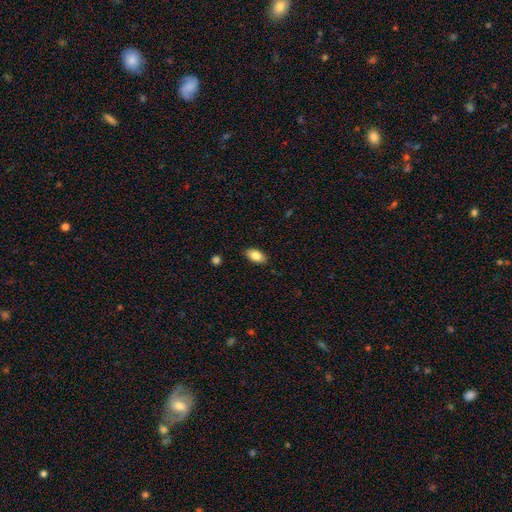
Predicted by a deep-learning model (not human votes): Morphology: type=smooth (84%); roundness=in between (92%); merging=none (87%).